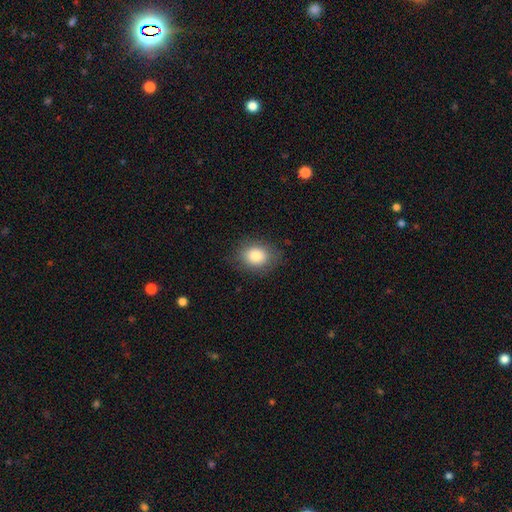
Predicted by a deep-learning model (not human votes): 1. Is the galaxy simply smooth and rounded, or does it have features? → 85% smooth, 8% star or artifact, 7% featured or disk.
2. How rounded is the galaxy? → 62% in between, 37% round, 1% cigar-shaped.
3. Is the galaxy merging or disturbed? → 81% none, 13% minor disturbance, 4% major disturbance, 1% merger.